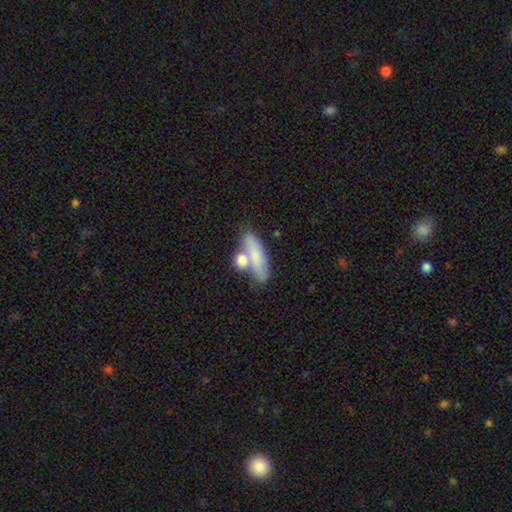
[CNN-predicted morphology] A smooth galaxy with no disk features (73%) that is cigar-shaped (46%, tied with in between).

Vote fractions:
- Smooth or featured? smooth: 73% / featured or disk: 20% / star or artifact: 7%
- How rounded? cigar-shaped: 46% (tied) / in between: 46% (tied) / round: 8%
- Merging? none: 48% / merger: 33% / minor disturbance: 14% / major disturbance: 6%